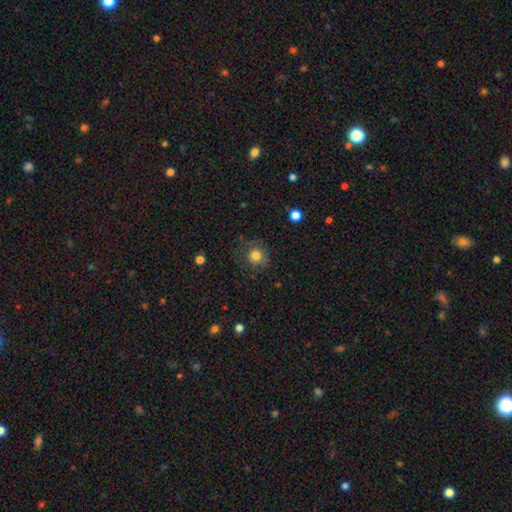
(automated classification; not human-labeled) smooth 79%, star or artifact 11%, featured or disk 10%. Down the decision tree: how rounded — round (90%); merging — none (74%).